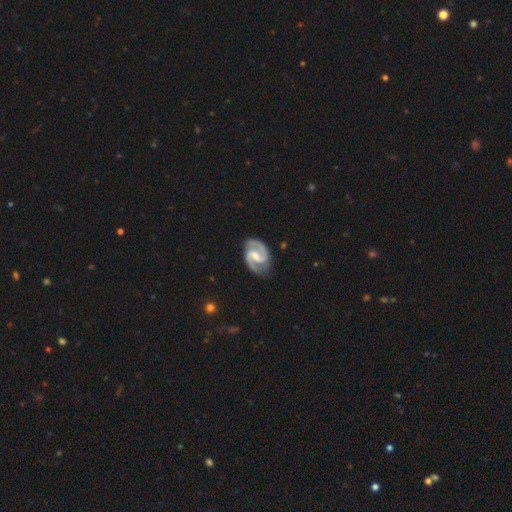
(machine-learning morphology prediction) Q: Smooth or featured?
A: featured or disk (92%); runner-up: smooth (4%)
Q: Edge-on disk?
A: no (98%); runner-up: yes (2%)
Q: Bar?
A: weak (49%); runner-up: strong (35%)
Q: Spiral arms?
A: yes (98%); runner-up: no (2%)
Q: Spiral winding?
A: medium (59%); runner-up: tight (31%)
Q: Spiral arm count?
A: 2 (94%); runner-up: can't tell (2%)
Q: Bulge size?
A: moderate (44%); runner-up: small (41%)
Q: Merging?
A: none (83%); runner-up: minor disturbance (12%)